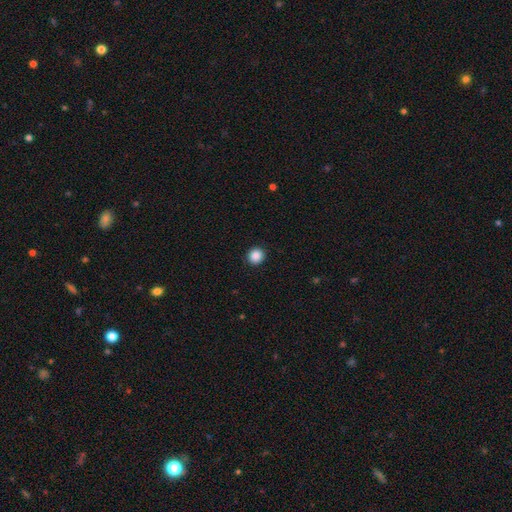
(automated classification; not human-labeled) This is clearly a smooth galaxy (88%). How rounded: clearly round (86%). Merging: clearly none (92%).